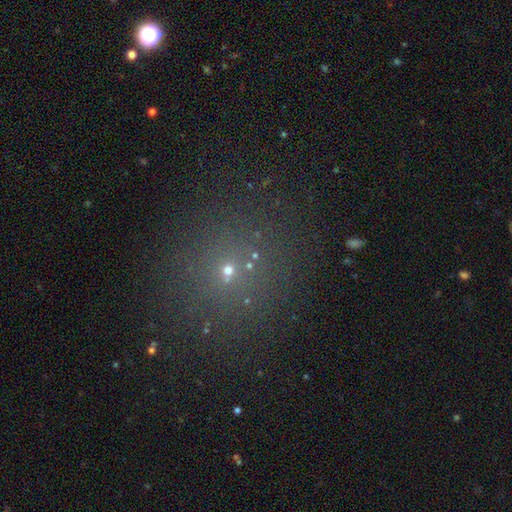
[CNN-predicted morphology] The model was most divided on "smooth or featured": smooth: 47%, star or artifact: 41%, featured or disk: 12%. More confident: merging — none (81%).